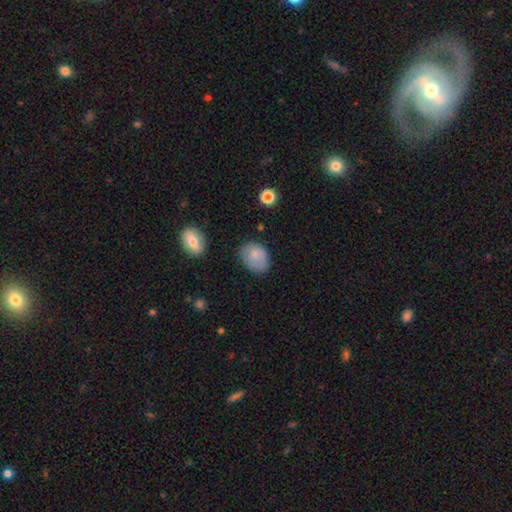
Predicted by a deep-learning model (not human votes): smooth 78%, featured or disk 14%, star or artifact 8%. Down the decision tree: how rounded — in between (71%); merging — none (65%).